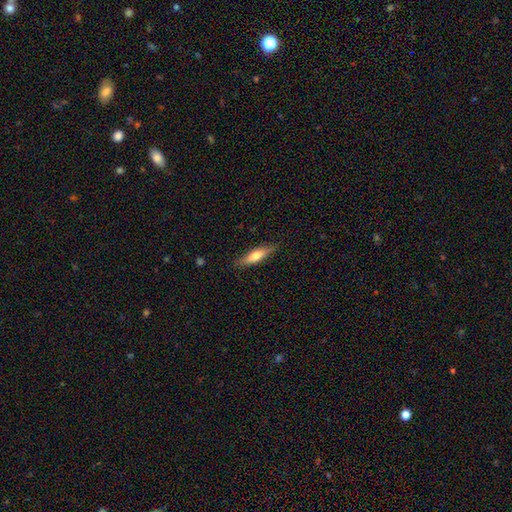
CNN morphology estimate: Smooth or featured? smooth (60%)
How rounded? cigar-shaped (69%)
Merging? none (86%)